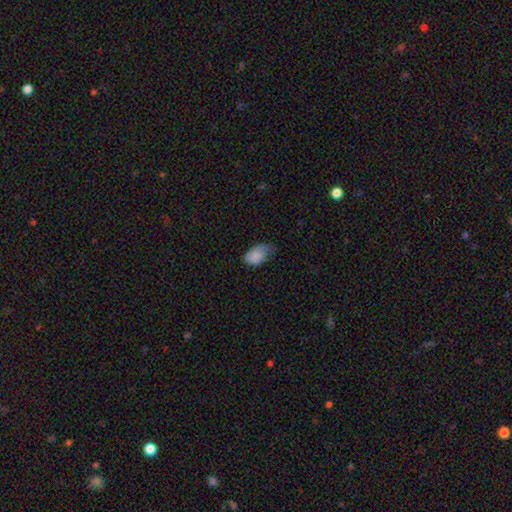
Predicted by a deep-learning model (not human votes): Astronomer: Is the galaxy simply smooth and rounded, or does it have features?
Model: smooth — 85%.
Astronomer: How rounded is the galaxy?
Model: in between — 91%.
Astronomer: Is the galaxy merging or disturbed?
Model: minor disturbance — 46% (runner-up: none, 37%).